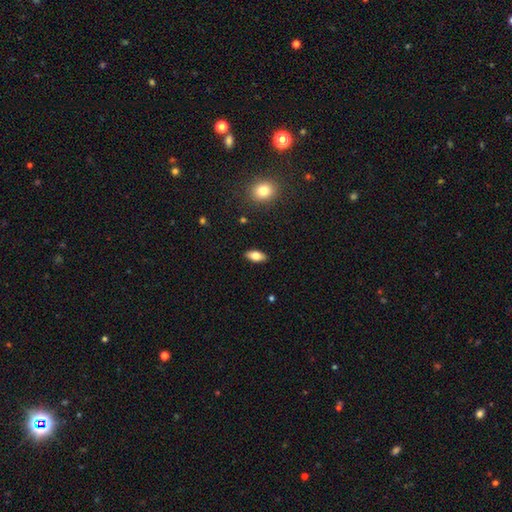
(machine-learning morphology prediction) This appears to be a smooth galaxy with no disk features (75%) that is in between round and cigar-shaped (86%). Merging: none (89%).